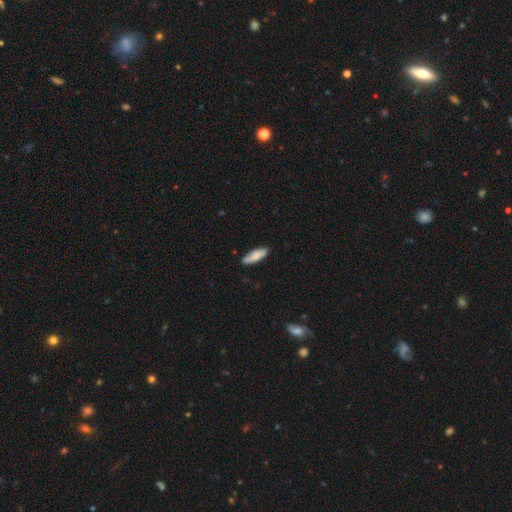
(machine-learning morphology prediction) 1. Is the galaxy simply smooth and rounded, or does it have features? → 78% smooth, 16% featured or disk, 6% star or artifact.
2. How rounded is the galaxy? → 54% in between, 44% cigar-shaped, 2% round.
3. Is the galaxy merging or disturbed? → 83% none, 14% minor disturbance, 2% major disturbance, 1% merger.